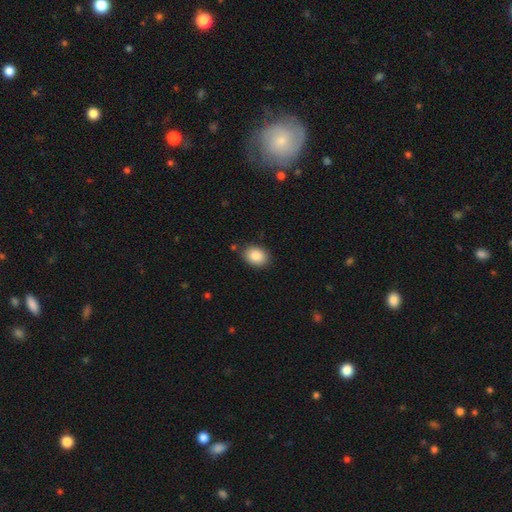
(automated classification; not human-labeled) The model was most divided on "how rounded": in between: 73%, round: 26%, cigar-shaped: 1%. More confident: smooth or featured — smooth (87%); merging — none (82%).